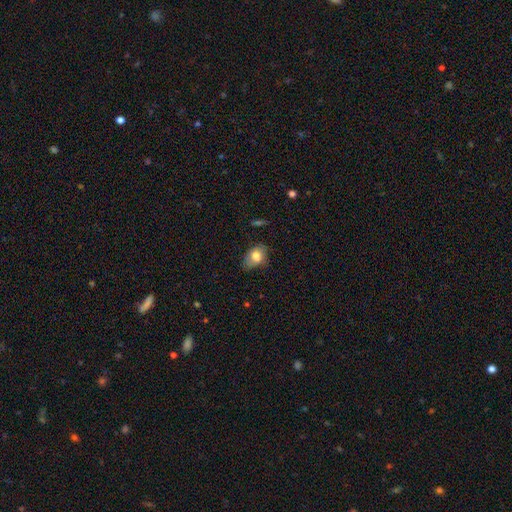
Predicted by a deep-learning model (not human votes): A smooth galaxy with no disk features (77%) that is in between round and cigar-shaped (77%). Merging: none (57%).